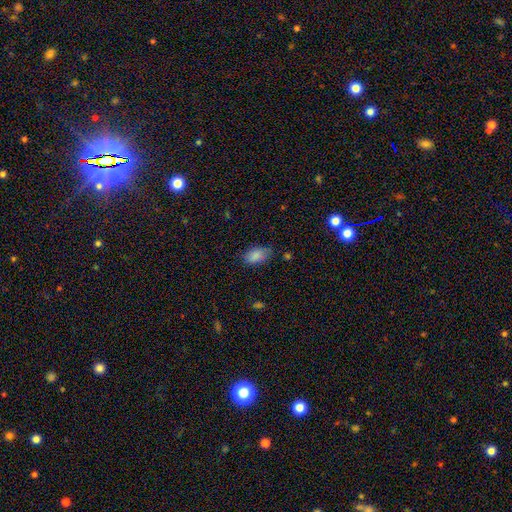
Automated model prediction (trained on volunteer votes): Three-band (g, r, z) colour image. It shows a smooth galaxy with no disk features (86%) that is in between round and cigar-shaped (92%). Merging: none (72%).